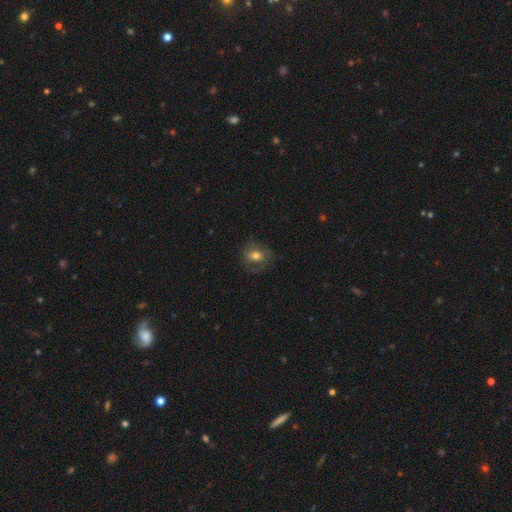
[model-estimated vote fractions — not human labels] smooth-or-featured: smooth: 55% | featured or disk: 35% | star or artifact: 11%
  how-rounded: round: 66% | in between: 33% | cigar-shaped: 1%
  merging: none: 69% | minor disturbance: 19% | major disturbance: 11% | merger: 1%